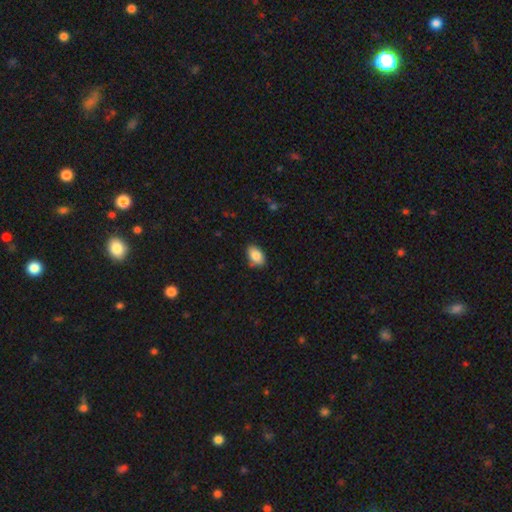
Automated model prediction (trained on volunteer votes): This is clearly a smooth galaxy (86%). How rounded: clearly in between (91%). Merging: clearly none (82%).